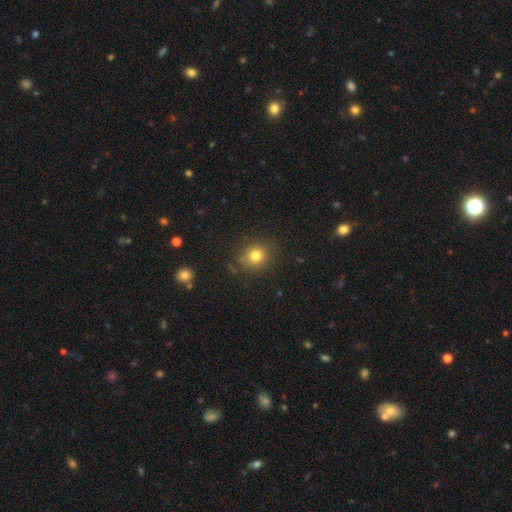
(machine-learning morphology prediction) smooth 78%, star or artifact 15%, featured or disk 7%. Down the decision tree: how rounded — round (85%); merging — none (83%).